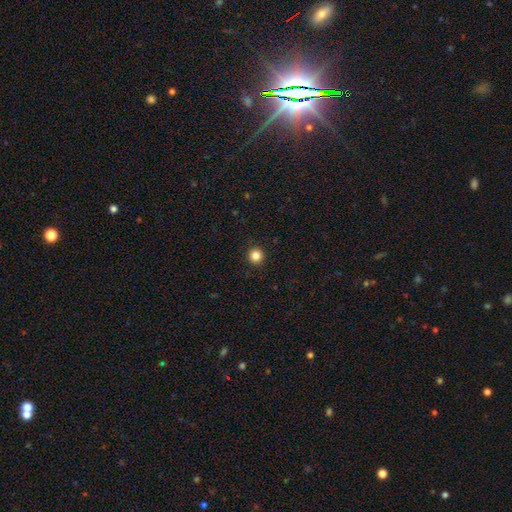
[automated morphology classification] Overall: smooth (84%). How rounded: round (96%). Merging: none (93%).